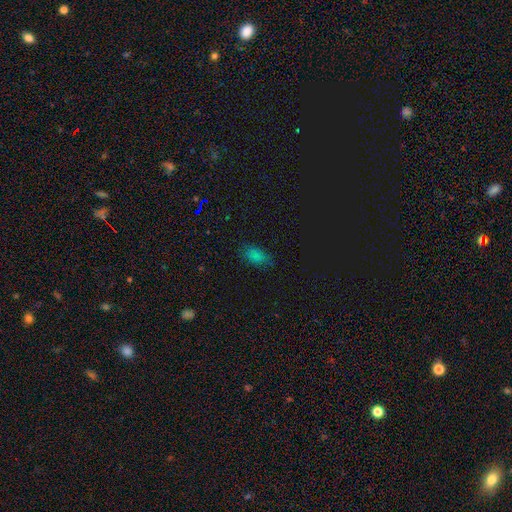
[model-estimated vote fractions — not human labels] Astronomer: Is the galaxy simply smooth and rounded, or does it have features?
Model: smooth — 78%.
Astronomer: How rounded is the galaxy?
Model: in between — 90%.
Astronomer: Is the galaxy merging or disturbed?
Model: none — 72%.